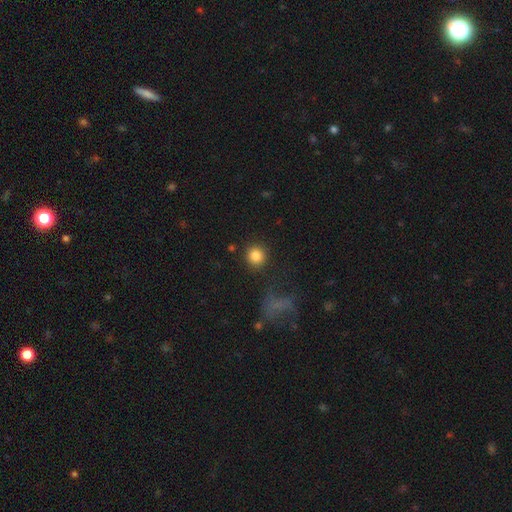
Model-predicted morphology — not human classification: Smooth or featured? smooth (85%)
How rounded? round (93%)
Merging? none (88%)